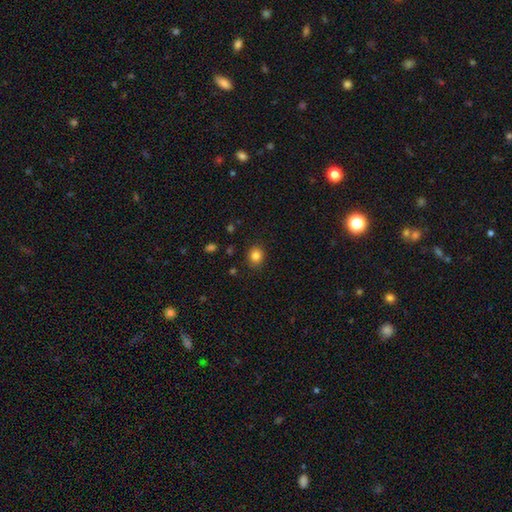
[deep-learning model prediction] Morphology: type=smooth (83%); roundness=round (75%); merging=none (88%).